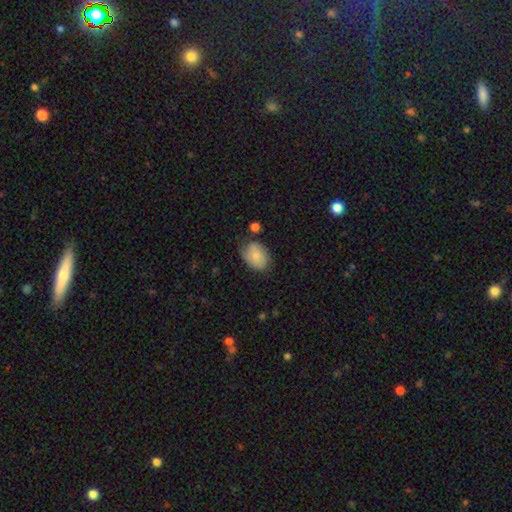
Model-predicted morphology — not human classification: A smooth galaxy with no disk features (74%) that is in between round and cigar-shaped (79%). Merging: none (57%).